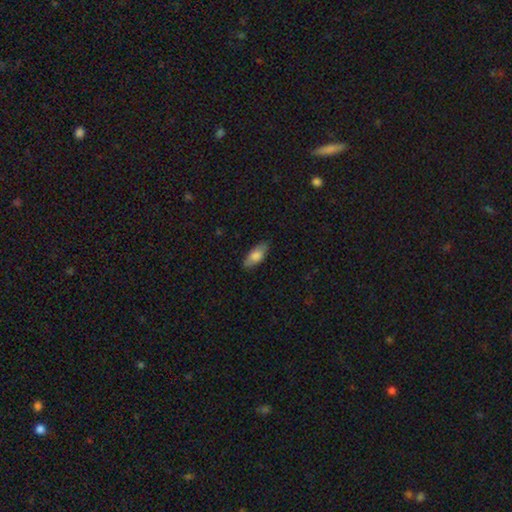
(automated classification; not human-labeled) Q: Smooth or featured?
A: smooth (76%); runner-up: featured or disk (17%)
Q: How rounded?
A: in between (83%); runner-up: cigar-shaped (15%)
Q: Merging?
A: none (84%); runner-up: minor disturbance (13%)